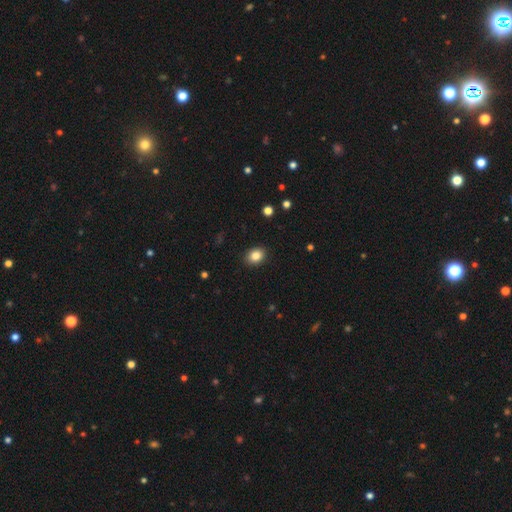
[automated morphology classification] This is clearly a smooth galaxy (85%). How rounded: likely in between (61%). Merging: clearly none (90%).